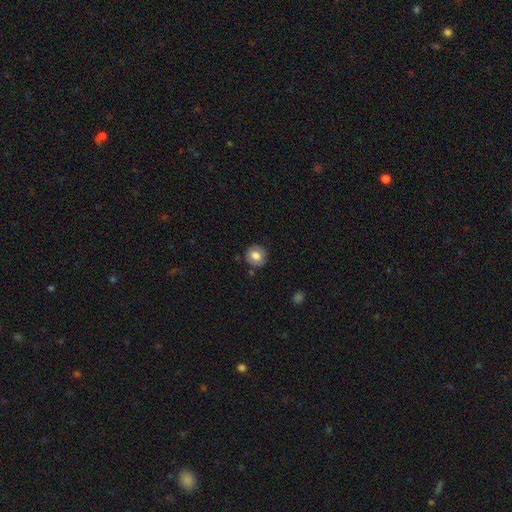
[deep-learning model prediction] smooth-or-featured: smooth: 76% | featured or disk: 15% | star or artifact: 9%
  how-rounded: round: 88% | in between: 11% | cigar-shaped: 1%
  merging: none: 85% | minor disturbance: 11% | major disturbance: 2% | merger: 2%